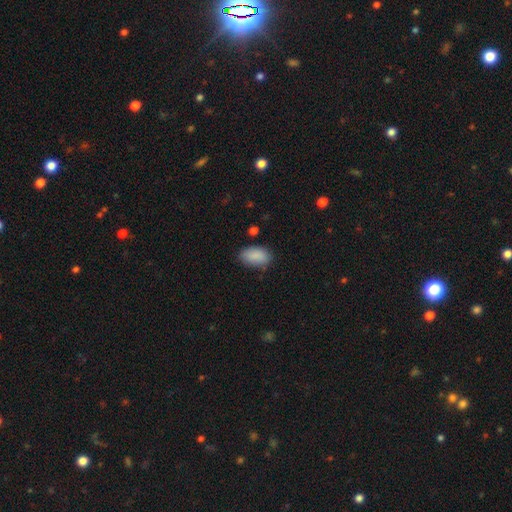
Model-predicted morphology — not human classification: Smooth or featured?
  - smooth: 89% *
  - star or artifact: 7%
  - featured or disk: 5%
How rounded?
  - in between: 93% *
  - round: 5%
  - cigar-shaped: 2%
Merging?
  - none: 77% *
  - minor disturbance: 18%
  - major disturbance: 4%
  - merger: 2%